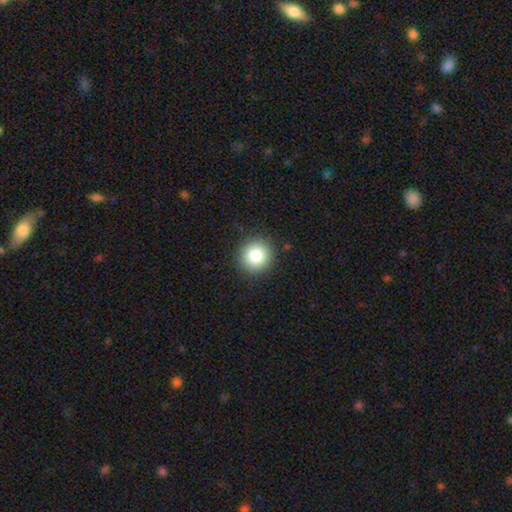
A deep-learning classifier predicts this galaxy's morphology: smooth_or_featured: smooth (p=0.84) [alt: star or artifact p=0.10]
how_rounded: round (p=0.93) [alt: in between p=0.06]
merging: none (p=0.90) [alt: minor disturbance p=0.06]